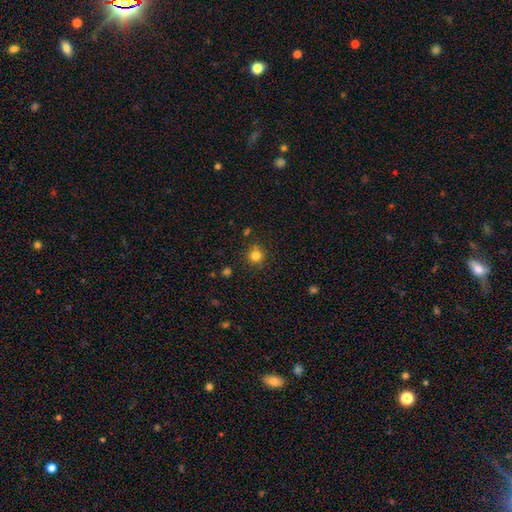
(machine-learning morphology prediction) Q: Smooth or featured?
A: smooth (81%); runner-up: star or artifact (14%)
Q: How rounded?
A: round (94%); runner-up: in between (5%)
Q: Merging?
A: none (85%); runner-up: minor disturbance (8%)